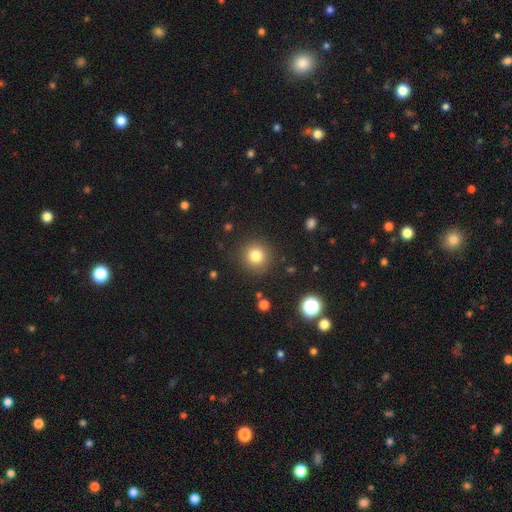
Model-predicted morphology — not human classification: A smooth galaxy with no disk features (81%) that is round (94%).

Vote fractions:
- Smooth or featured? smooth: 81% / star or artifact: 12% / featured or disk: 7%
- How rounded? round: 94% / in between: 5% / cigar-shaped: 1%
- Merging? none: 89% / minor disturbance: 7% / major disturbance: 3% / merger: 2%